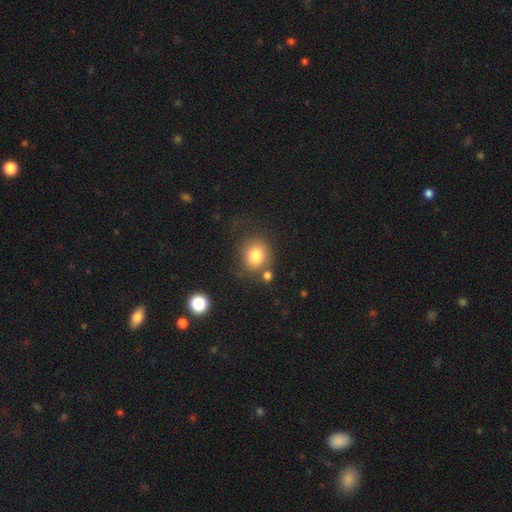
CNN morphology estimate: This is likely a smooth galaxy (80%). How rounded: clearly round (81%). Merging: likely none (66%).